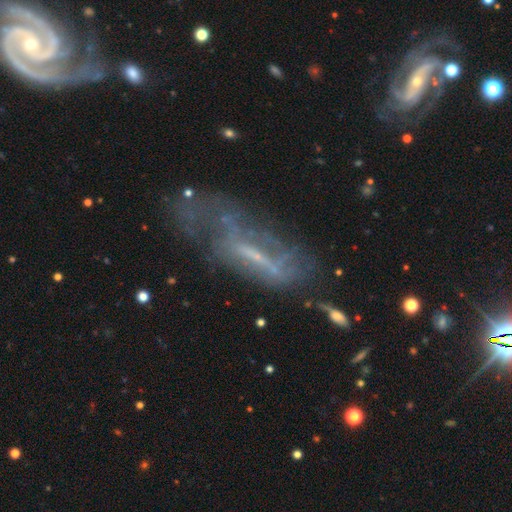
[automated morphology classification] Q: Smooth or featured?
A: featured or disk (63%); runner-up: smooth (22%)
Q: Edge-on disk?
A: no (73%); runner-up: yes (27%)
Q: Merging?
A: none (40%); runner-up: major disturbance (30%)